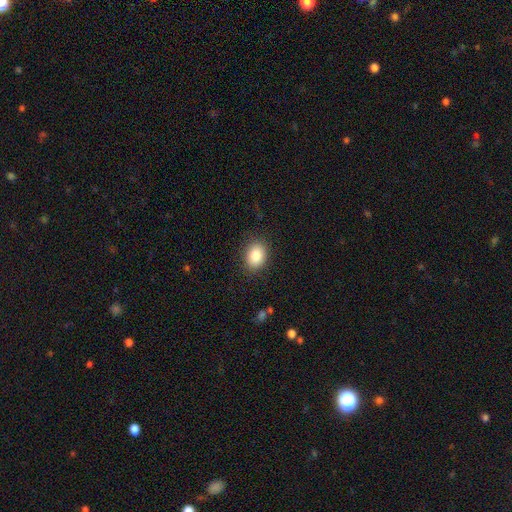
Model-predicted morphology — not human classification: This is clearly a smooth galaxy (85%). How rounded: likely in between (61%). Merging: clearly none (87%).